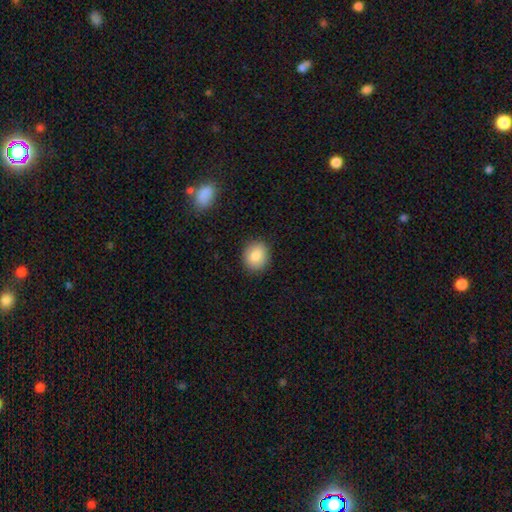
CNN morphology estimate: This is clearly a smooth galaxy (84%). How rounded: likely round (74%). Merging: clearly none (89%).